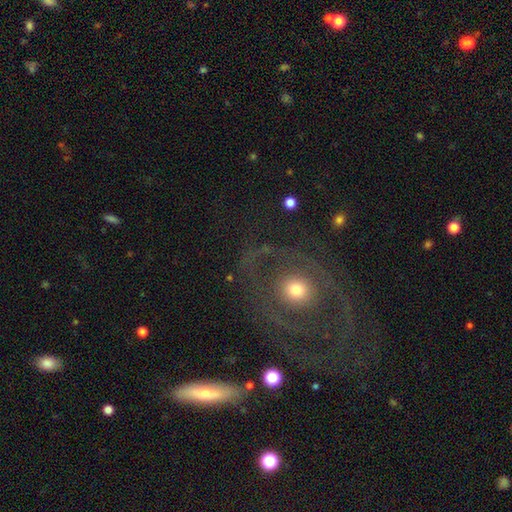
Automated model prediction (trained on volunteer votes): This appears to be a featured or disk galaxy (67%) with no bar (82%), spiral arms (50%, tied with no) and a moderate central bulge (64%). Merging: none (69%).